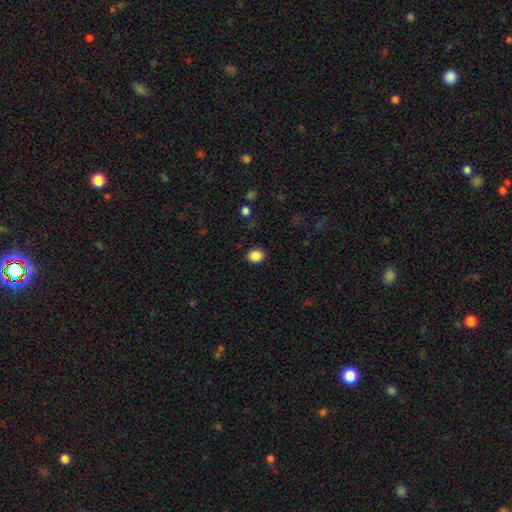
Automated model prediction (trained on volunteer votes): smooth 88%, star or artifact 9%, featured or disk 3%. Down the decision tree: how rounded — round (58%); merging — none (89%).